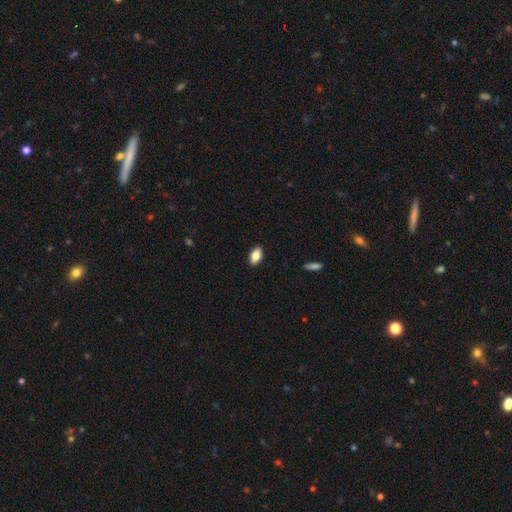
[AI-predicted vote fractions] smooth 84%, featured or disk 8%, star or artifact 7%. Down the decision tree: how rounded — in between (91%); merging — none (89%).